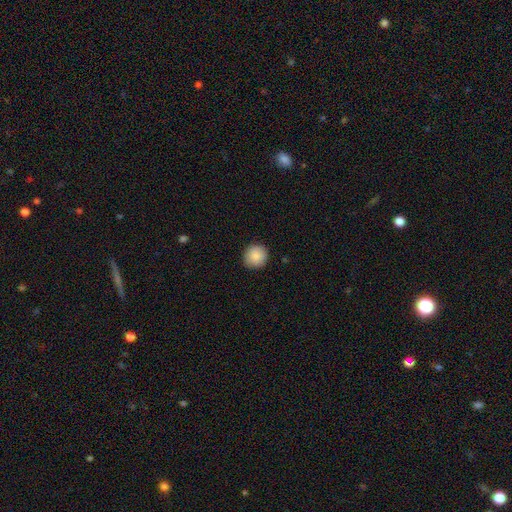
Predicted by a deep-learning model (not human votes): Morphology: type=smooth (88%); roundness=round (94%); merging=none (91%).